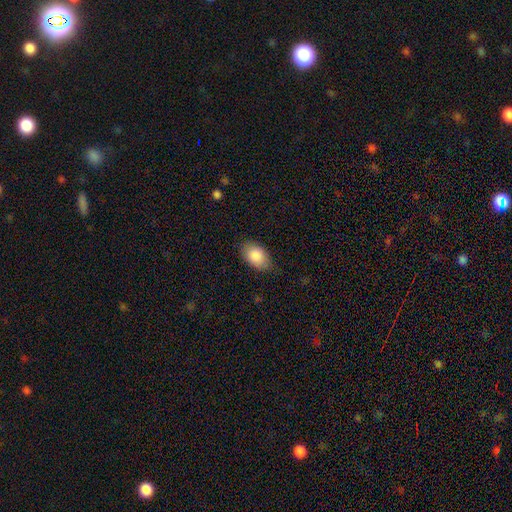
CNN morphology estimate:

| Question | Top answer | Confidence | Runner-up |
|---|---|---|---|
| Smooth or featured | smooth | 87% | star or artifact (6%) |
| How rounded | in between | 91% | round (8%) |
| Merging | none | 79% | minor disturbance (17%) |